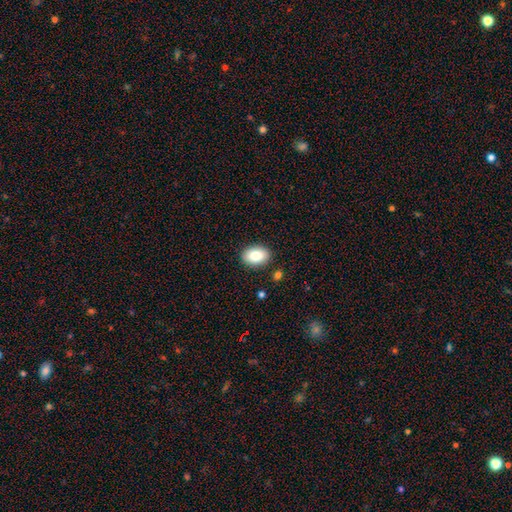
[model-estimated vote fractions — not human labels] Smooth or featured? smooth (84%)
How rounded? in between (84%)
Merging? none (88%)